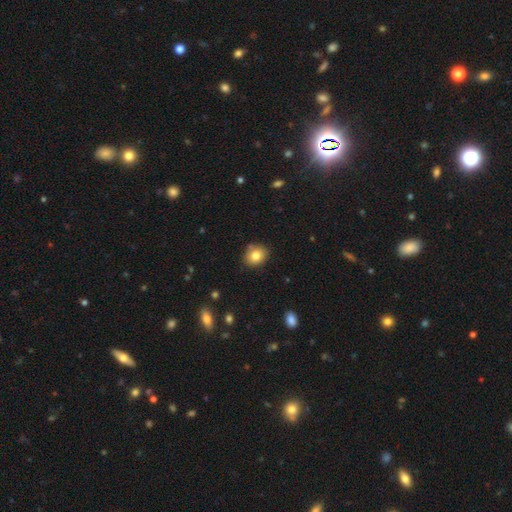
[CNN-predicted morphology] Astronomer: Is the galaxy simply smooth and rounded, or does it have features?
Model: smooth — 81%.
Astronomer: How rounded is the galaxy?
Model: round — 56% (runner-up: in between, 43%).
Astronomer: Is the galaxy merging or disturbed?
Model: none — 82%.